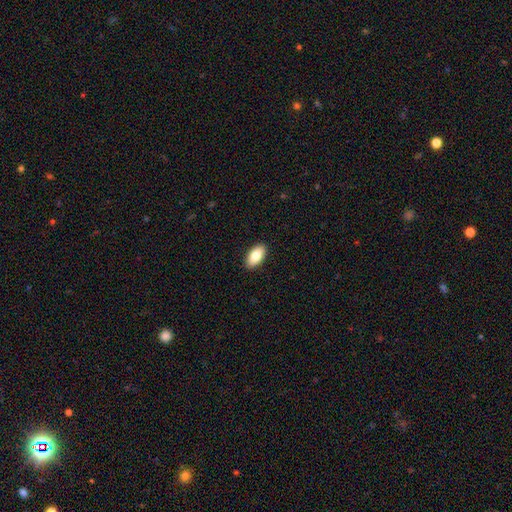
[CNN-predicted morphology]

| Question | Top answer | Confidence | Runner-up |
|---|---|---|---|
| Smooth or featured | smooth | 82% | featured or disk (12%) |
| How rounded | in between | 93% | cigar-shaped (4%) |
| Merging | none | 91% | minor disturbance (7%) |